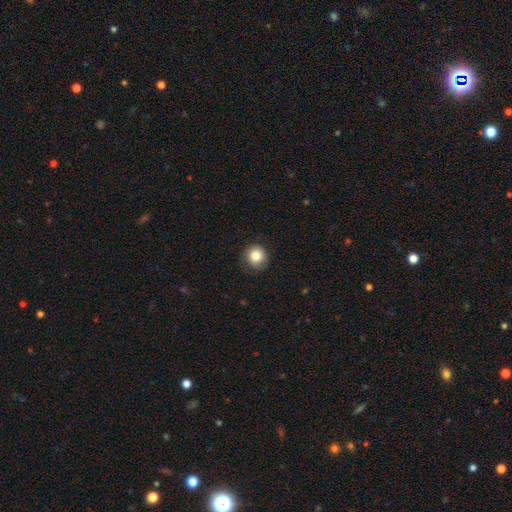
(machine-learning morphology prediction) smooth 82%, star or artifact 9%, featured or disk 8%. Down the decision tree: how rounded — round (90%); merging — none (78%).